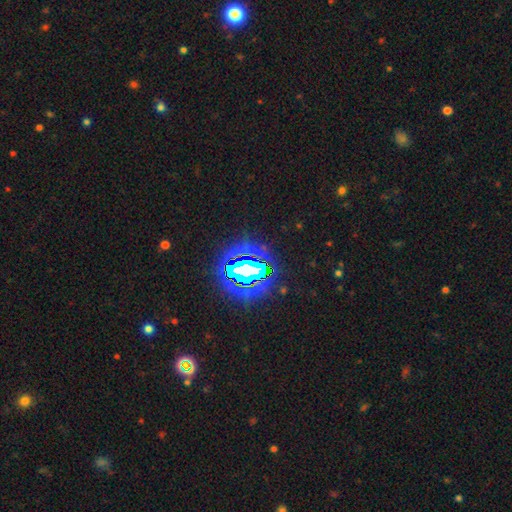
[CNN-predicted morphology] A star or artifact, not a galaxy (86%).

Vote fractions:
- Smooth or featured? star or artifact: 86% / smooth: 8% / featured or disk: 6%